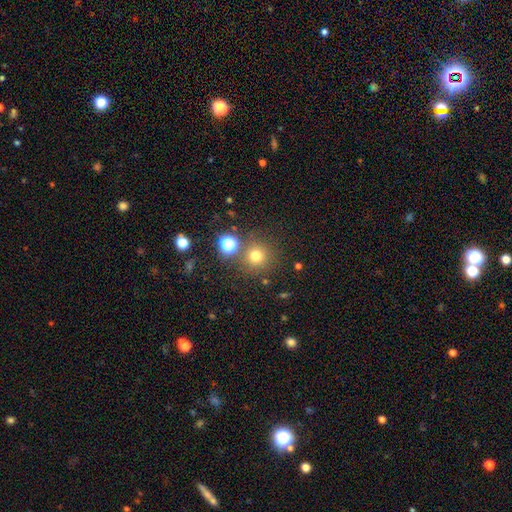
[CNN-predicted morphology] Overall: smooth (73%). How rounded: round (94%). Merging: none (79%).